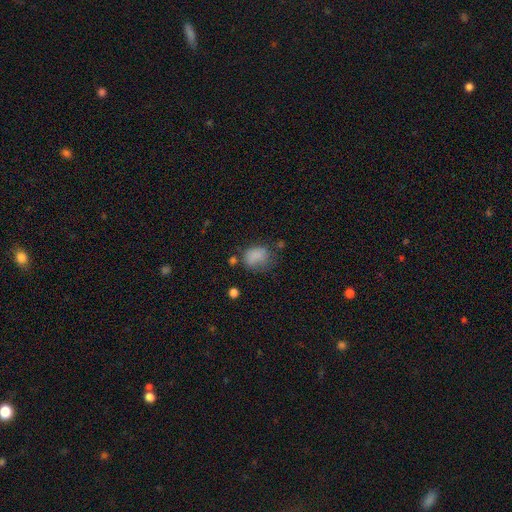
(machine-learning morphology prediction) Q: Smooth or featured?
A: smooth (79%); runner-up: star or artifact (11%)
Q: How rounded?
A: in between (56%); runner-up: round (43%)
Q: Merging?
A: none (48%); runner-up: minor disturbance (29%)